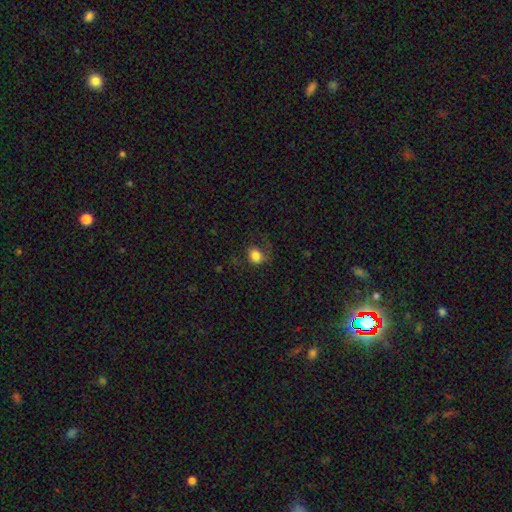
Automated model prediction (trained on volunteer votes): A smooth galaxy with no disk features (80%) that is round (57%).

Vote fractions:
- Smooth or featured? smooth: 80% / star or artifact: 10% / featured or disk: 10%
- How rounded? round: 57% / in between: 42% / cigar-shaped: 1%
- Merging? none: 54% / major disturbance: 23% / minor disturbance: 22% / merger: 2%